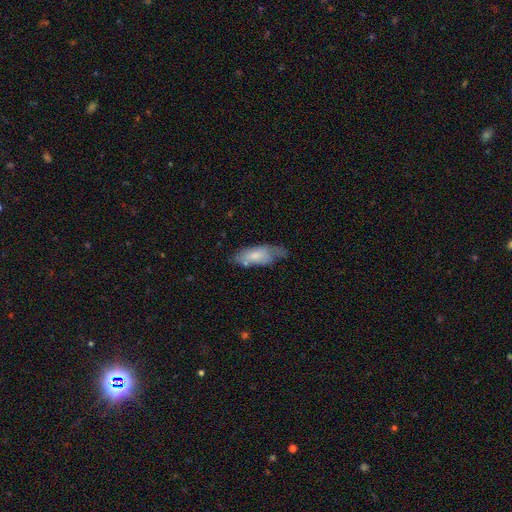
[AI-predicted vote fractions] Smooth or featured? smooth (66%)
How rounded? in between (73%)
Merging? none (49%)